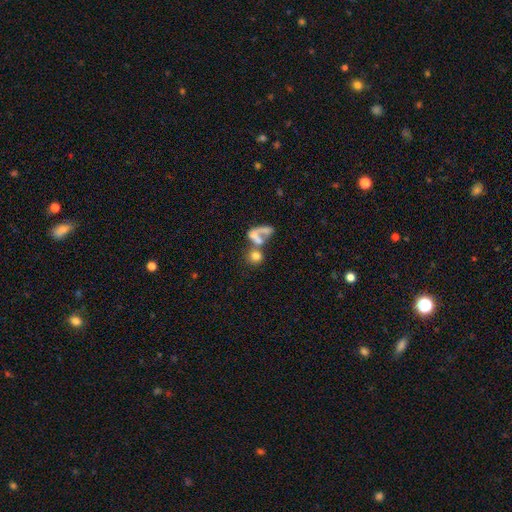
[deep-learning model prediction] smooth_or_featured: smooth (p=0.66) [alt: featured or disk p=0.22]
how_rounded: round (p=0.68) [alt: in between p=0.29]
merging: merger (p=0.51) [alt: none p=0.28]